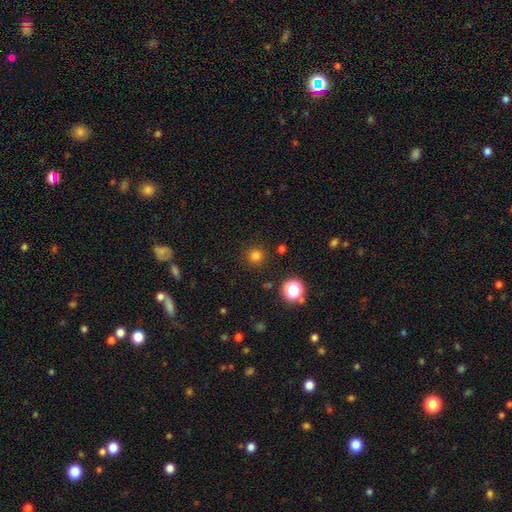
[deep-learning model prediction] Morphology: type=smooth (78%); roundness=round (95%); merging=none (89%).